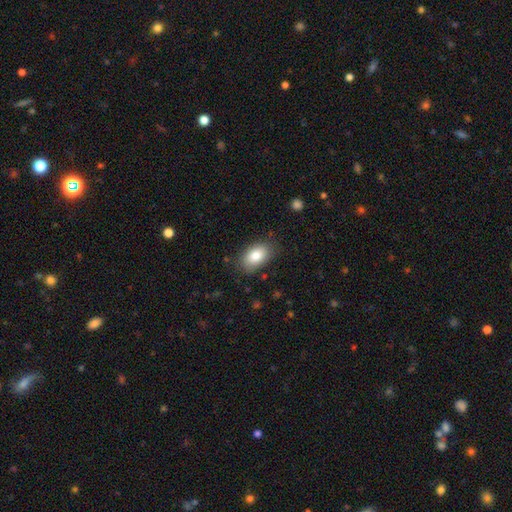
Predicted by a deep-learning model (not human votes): The model was most divided on "merging": none: 81%, minor disturbance: 14%, major disturbance: 4%, merger: 1%. More confident: how rounded — in between (91%); smooth or featured — smooth (84%).